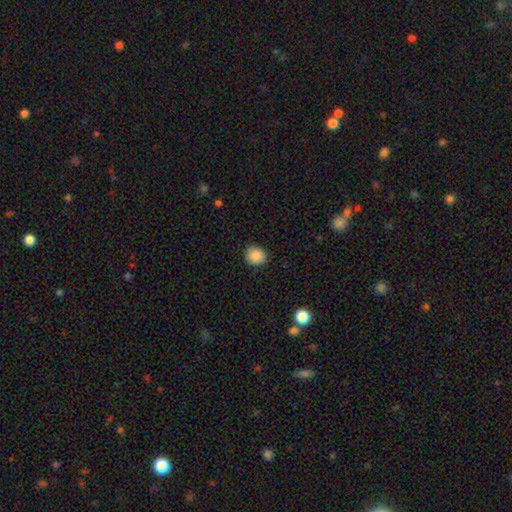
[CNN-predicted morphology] Smooth or featured: smooth — 88% (star or artifact — 9%)
How rounded: round — 81% (in between — 18%)
Merging: none — 89% (minor disturbance — 8%)